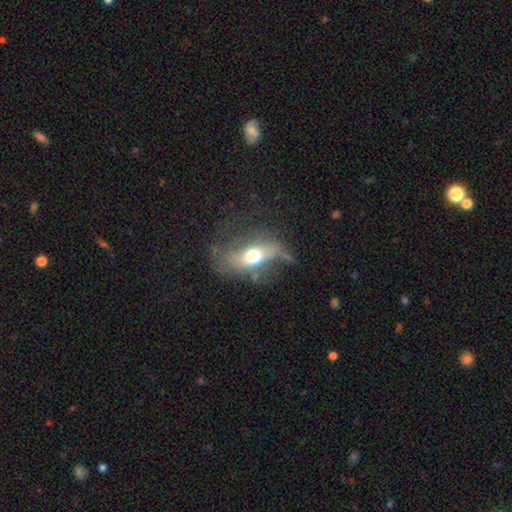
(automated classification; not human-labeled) smooth-or-featured: smooth: 45% (tied) | featured or disk: 45% (tied) | star or artifact: 10%
  merging: none: 43% | major disturbance: 28% | minor disturbance: 24% | merger: 5%